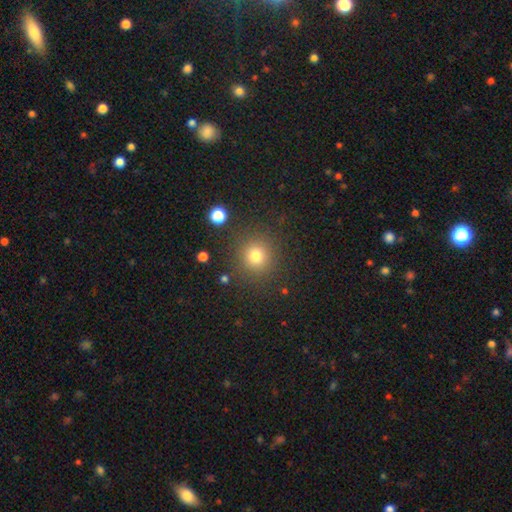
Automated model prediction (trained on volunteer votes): smooth_or_featured: smooth (p=0.78) [alt: star or artifact p=0.15]
how_rounded: round (p=0.92) [alt: in between p=0.07]
merging: none (p=0.86) [alt: minor disturbance p=0.08]